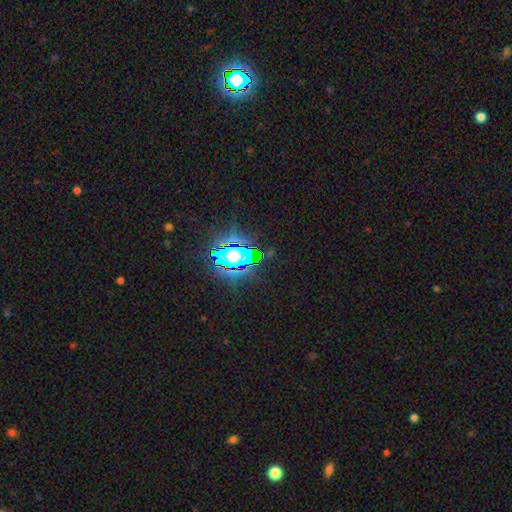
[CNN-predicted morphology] Smooth or featured? star or artifact (75%)